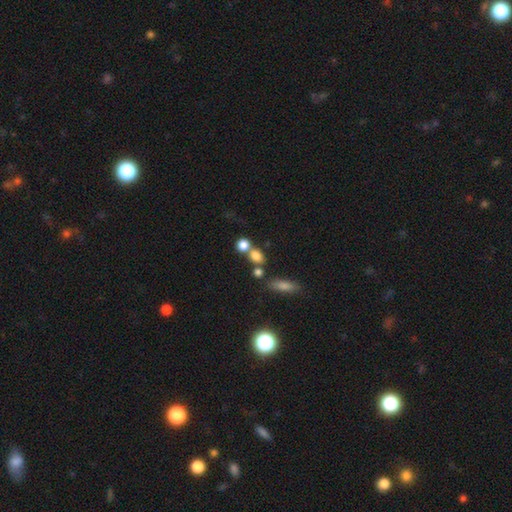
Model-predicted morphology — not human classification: type=smooth (78%); roundness=round (67%); merging=none (47%).